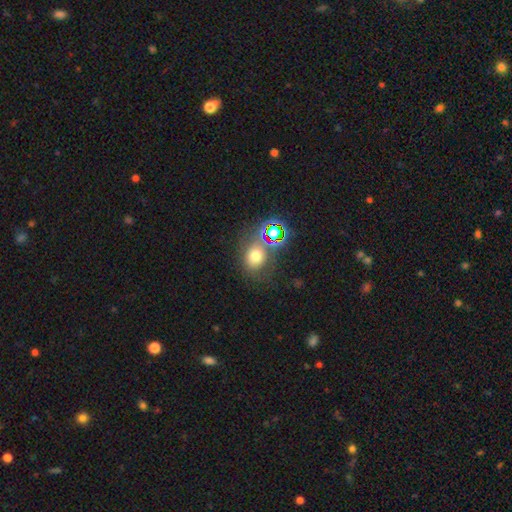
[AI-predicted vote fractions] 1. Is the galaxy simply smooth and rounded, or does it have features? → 61% smooth, 27% star or artifact, 13% featured or disk.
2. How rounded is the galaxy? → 61% round, 38% in between, 1% cigar-shaped.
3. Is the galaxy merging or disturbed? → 62% none, 15% minor disturbance, 15% merger, 9% major disturbance.